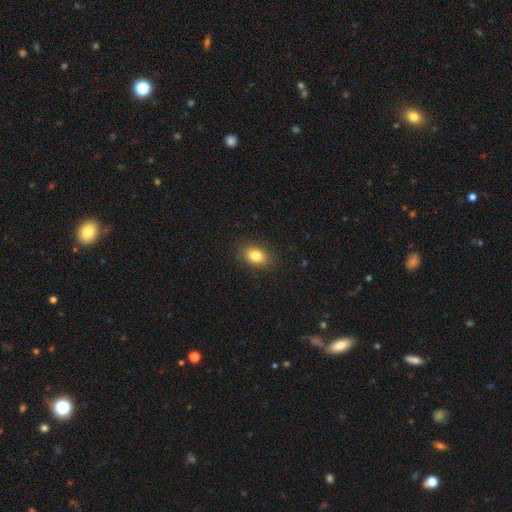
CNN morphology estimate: Smooth or featured? Predicted: smooth (p=0.83). How rounded? Predicted: in between (p=0.78). Merging? Predicted: none (p=0.88).